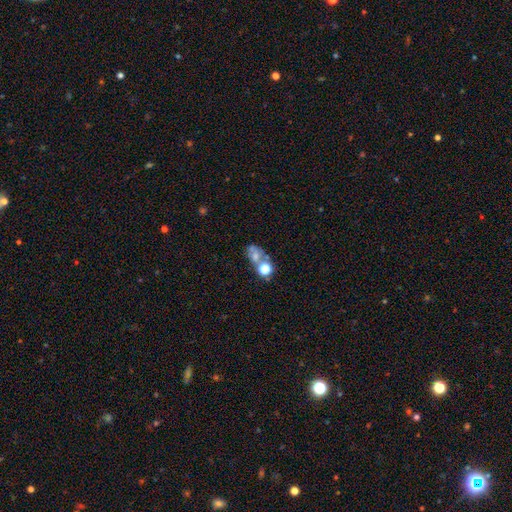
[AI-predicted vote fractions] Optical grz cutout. It shows a smooth galaxy with no disk features (51%) that is in between round and cigar-shaped (56%). Merging: merger (45%).